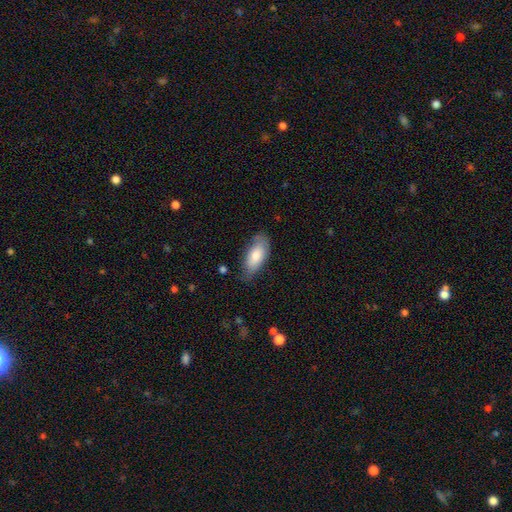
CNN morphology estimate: Smooth or featured? smooth (78%)
How rounded? in between (89%)
Merging? none (68%)